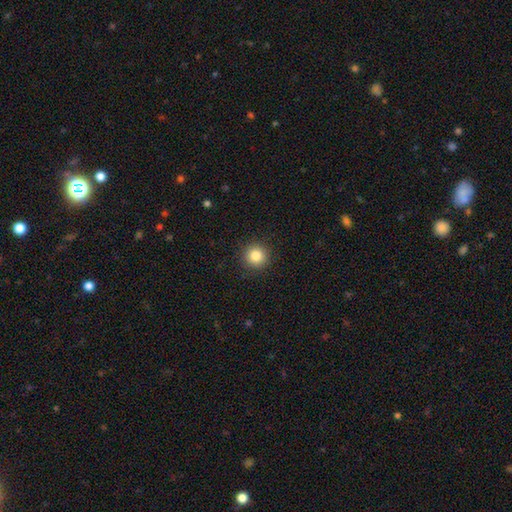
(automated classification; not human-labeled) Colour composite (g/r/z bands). It shows a smooth galaxy with no disk features (84%) that is round (94%). Merging: none (91%).